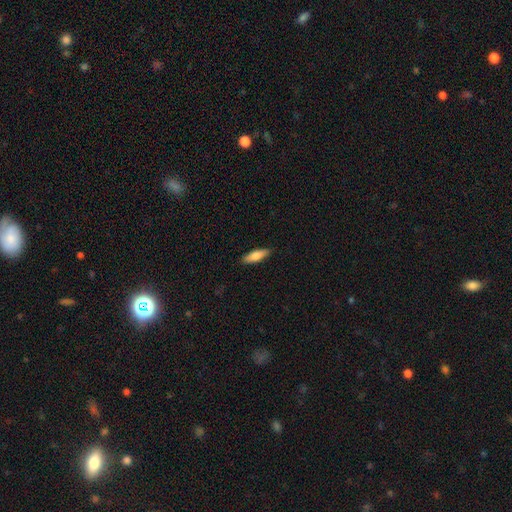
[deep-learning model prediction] Smooth or featured: smooth — 76% (featured or disk — 18%)
How rounded: cigar-shaped — 53% (in between — 46%)
Merging: none — 89% (minor disturbance — 8%)